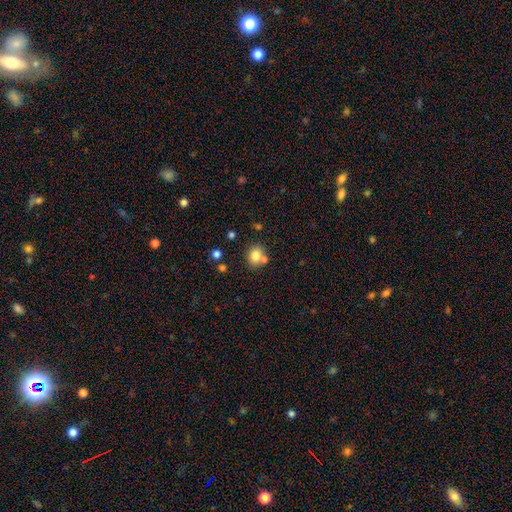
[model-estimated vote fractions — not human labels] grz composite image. It shows a smooth galaxy with no disk features (81%) that is round (63%). Merging: none (64%).